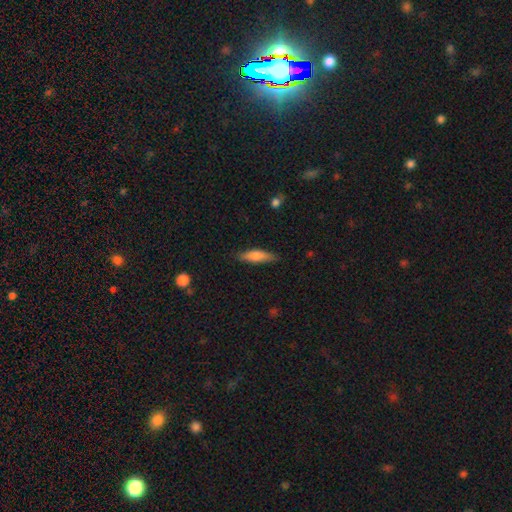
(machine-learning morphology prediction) smooth 70%, featured or disk 23%, star or artifact 6%. Down the decision tree: how rounded — cigar-shaped (61%); merging — none (83%).